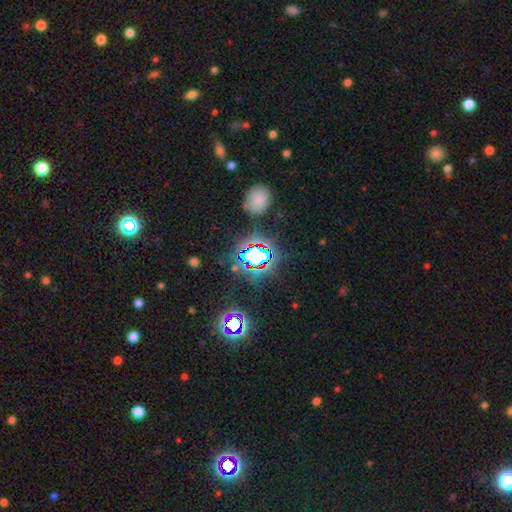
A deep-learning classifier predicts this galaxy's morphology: Smooth or featured? star or artifact (71%)